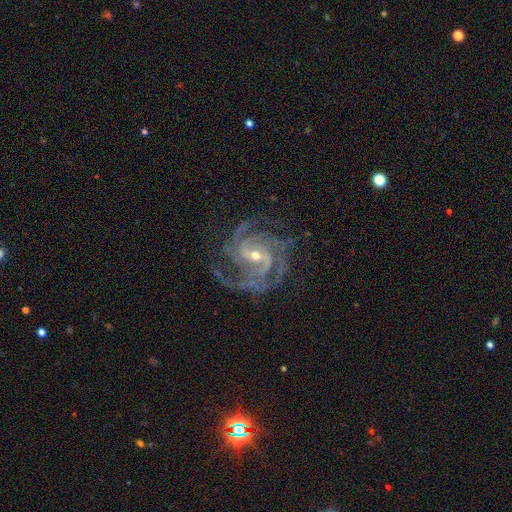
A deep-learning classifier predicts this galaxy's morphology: This is clearly a featured or disk galaxy (93%). It is clearly not viewed edge-on (98%). Bar: marginally weak (43%). Spiral arm pattern: clearly yes (99%). Spiral arm count: marginally 3 (34%). Spiral winding: possibly medium (47%). Central bulge: possibly small (55%). Merging: likely none (71%).